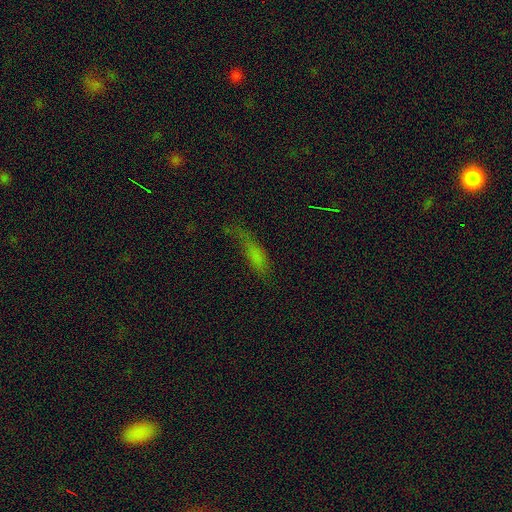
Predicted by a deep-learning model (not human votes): smooth 65%, featured or disk 18%, star or artifact 17%. Down the decision tree: how rounded — cigar-shaped (56%); merging — none (43%).